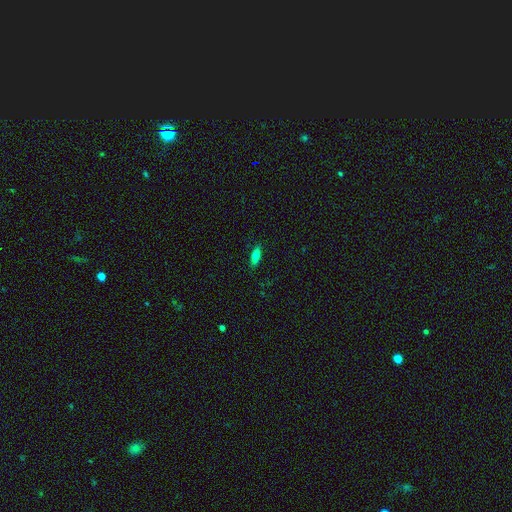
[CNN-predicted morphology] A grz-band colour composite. It shows a smooth galaxy with no disk features (75%) that is in between round and cigar-shaped (55%). Merging: none (87%).